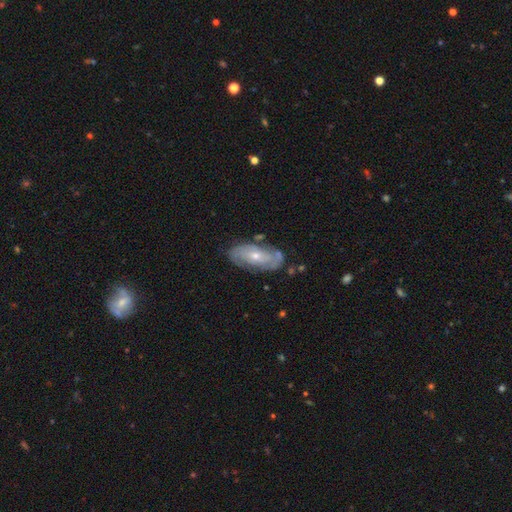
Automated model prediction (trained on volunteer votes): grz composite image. It shows a featured or disk galaxy (69%) with no bar (73%), spiral arms (76%) and a small central bulge (58%). Merging: none (72%).